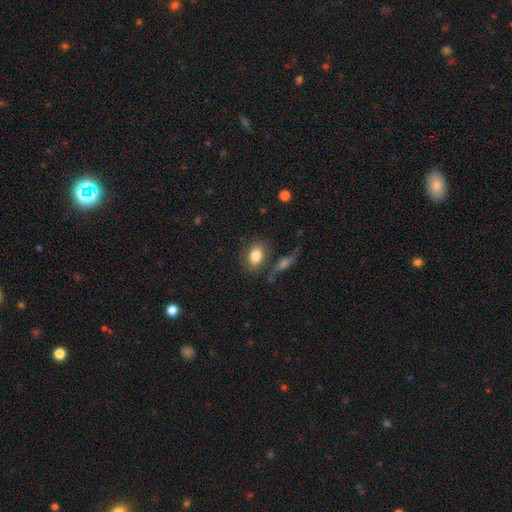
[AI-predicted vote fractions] Smooth or featured? smooth (80%)
How rounded? in between (73%)
Merging? none (71%)